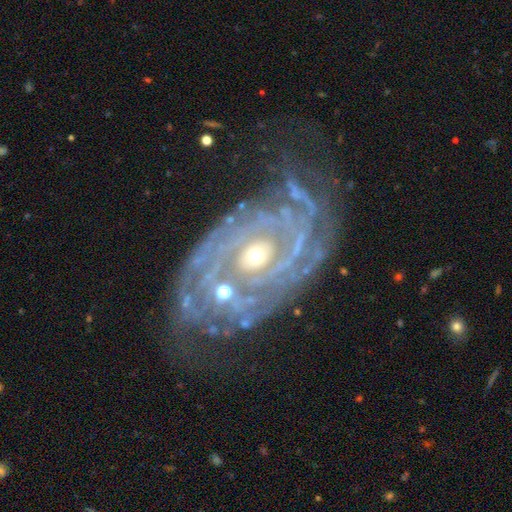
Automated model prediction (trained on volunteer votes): Q: Smooth or featured?
A: featured or disk (90%); runner-up: star or artifact (6%)
Q: Edge-on disk?
A: no (96%); runner-up: yes (4%)
Q: Bar?
A: no (66%); runner-up: weak (22%)
Q: Spiral arms?
A: yes (97%); runner-up: no (3%)
Q: Spiral winding?
A: tight (78%); runner-up: medium (18%)
Q: Spiral arm count?
A: can't tell (24%); runner-up: 2 (23%)
Q: Bulge size?
A: small (52%); runner-up: moderate (45%)
Q: Merging?
A: none (64%); runner-up: minor disturbance (22%)